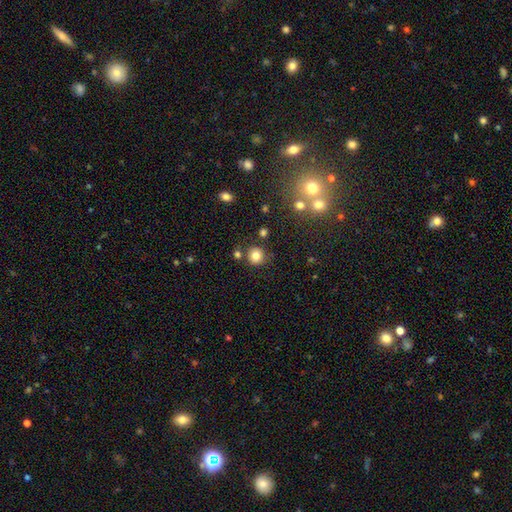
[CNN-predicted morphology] A smooth galaxy with no disk features (81%) that is round (92%).

Vote fractions:
- Smooth or featured? smooth: 81% / star or artifact: 12% / featured or disk: 7%
- How rounded? round: 92% / in between: 8% / cigar-shaped: 1%
- Merging? none: 82% / minor disturbance: 9% / merger: 6% / major disturbance: 3%